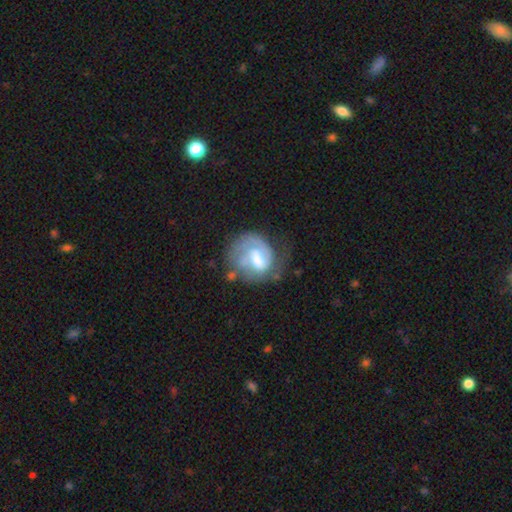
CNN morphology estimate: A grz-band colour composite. It shows a featured or disk galaxy (68%) with a weak bar (52%), 1 (41%) tight (47%) spiral arms (79%) and a moderate central bulge (49%). Merging: none (48%).